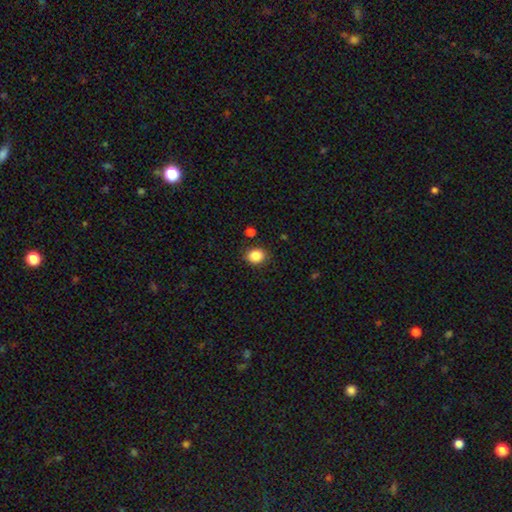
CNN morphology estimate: Smooth or featured? smooth (86%)
How rounded? round (63%)
Merging? none (86%)